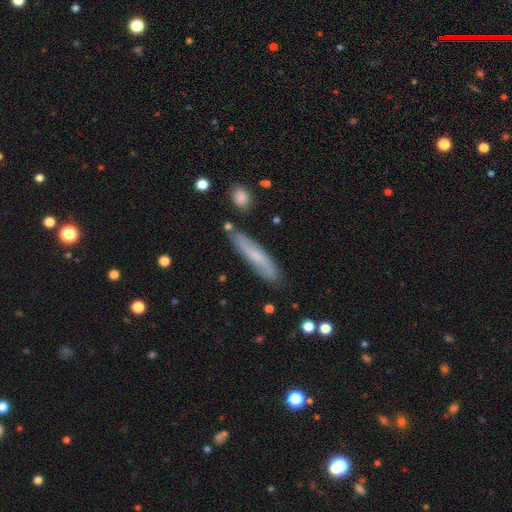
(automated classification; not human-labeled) This appears to be a smooth galaxy with no disk features (56%) that is cigar-shaped (84%). Merging: none (80%).